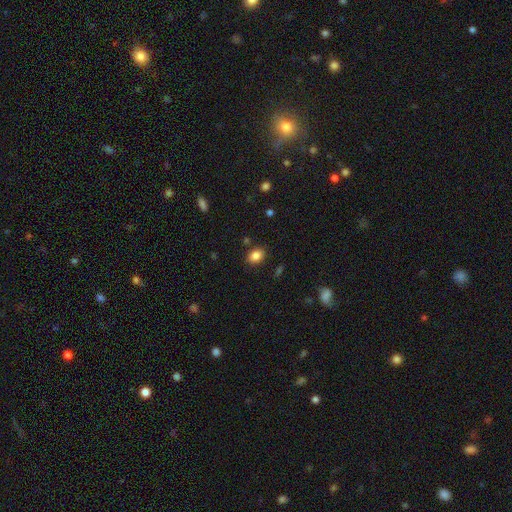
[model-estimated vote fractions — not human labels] The model was most divided on "how rounded": in between: 67%, round: 32%, cigar-shaped: 1%. More confident: merging — none (85%); smooth or featured — smooth (85%).